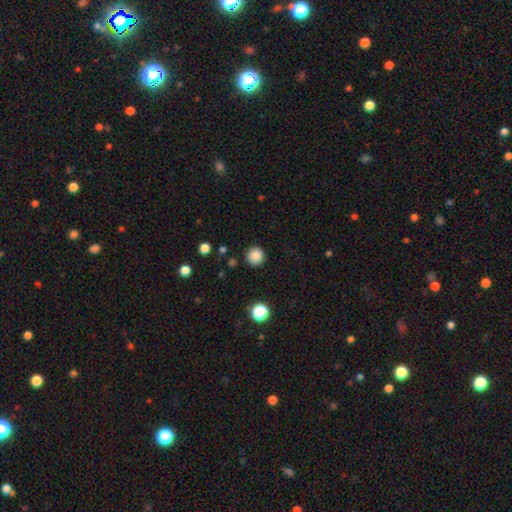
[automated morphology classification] Smooth or featured?
  - smooth: 84% *
  - star or artifact: 10%
  - featured or disk: 6%
How rounded?
  - round: 95% *
  - in between: 4%
  - cigar-shaped: 1%
Merging?
  - none: 91% *
  - minor disturbance: 6%
  - major disturbance: 2%
  - merger: 1%